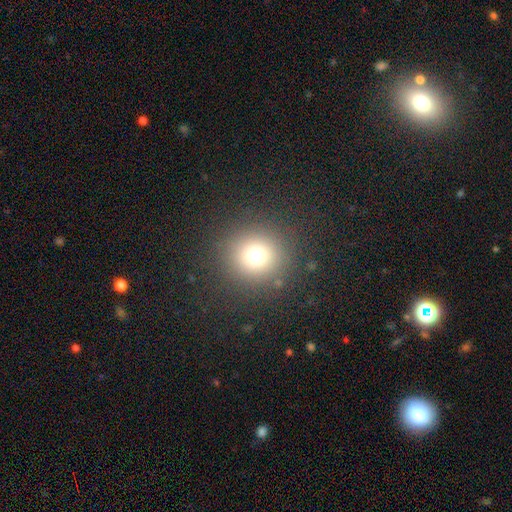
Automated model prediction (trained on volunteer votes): The model was most divided on "smooth or featured": smooth: 72%, star or artifact: 19%, featured or disk: 9%. More confident: how rounded — round (93%); merging — none (88%).